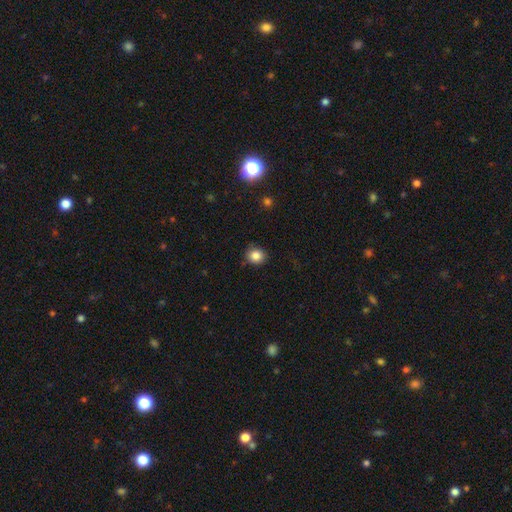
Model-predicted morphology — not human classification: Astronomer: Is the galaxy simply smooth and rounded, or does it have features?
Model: smooth — 85%.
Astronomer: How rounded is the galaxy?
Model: round — 82%.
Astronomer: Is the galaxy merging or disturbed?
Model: none — 87%.